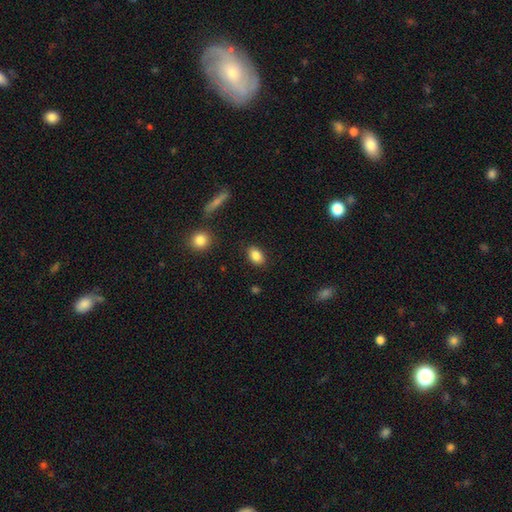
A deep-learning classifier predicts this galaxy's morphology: The model was most divided on "how rounded": in between: 83%, round: 15%, cigar-shaped: 2%. More confident: merging — none (87%); smooth or featured — smooth (86%).